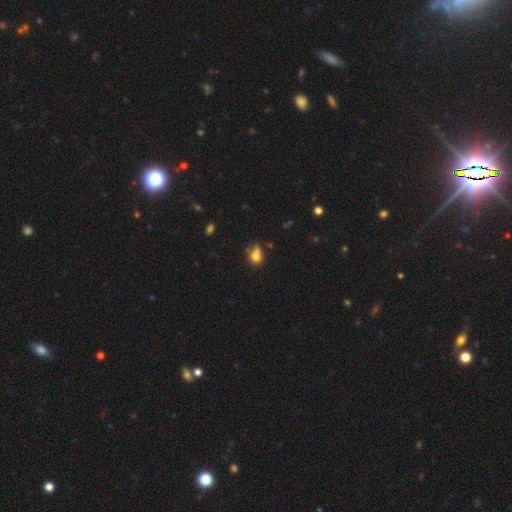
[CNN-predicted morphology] smooth 76%, featured or disk 12%, star or artifact 12%. Down the decision tree: how rounded — in between (69%); merging — none (46%).